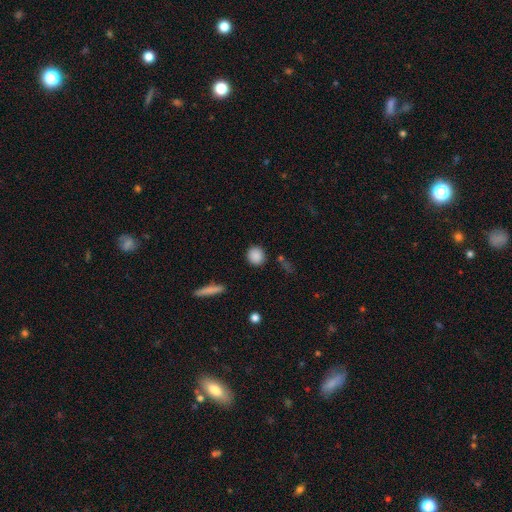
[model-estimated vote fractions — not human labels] Smooth or featured: smooth — 87% (star or artifact — 9%)
How rounded: round — 81% (in between — 17%)
Merging: none — 87% (minor disturbance — 8%)